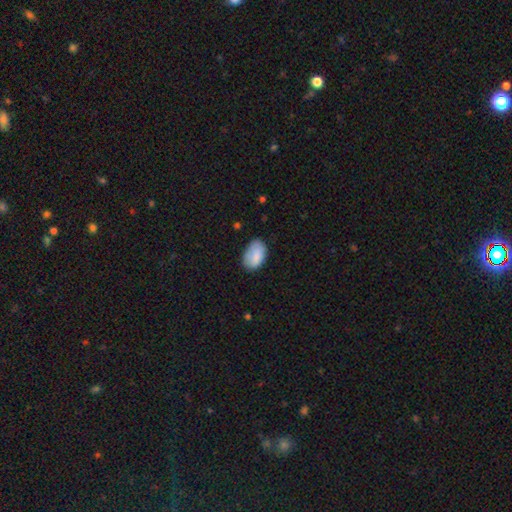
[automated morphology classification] Overall: smooth (82%). How rounded: in between (92%). Merging: none (67%).